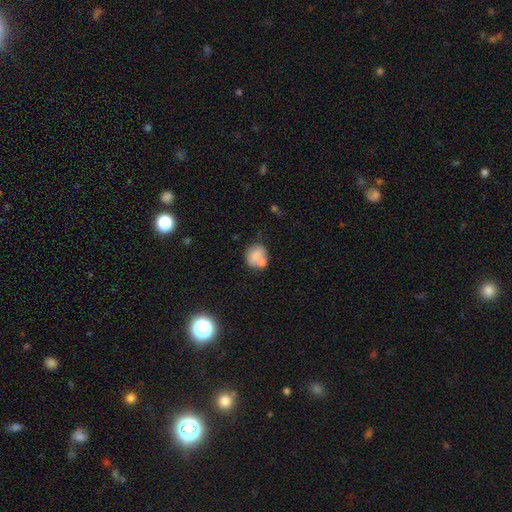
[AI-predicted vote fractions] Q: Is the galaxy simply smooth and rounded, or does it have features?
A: smooth — 76%.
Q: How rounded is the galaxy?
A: round — 69%.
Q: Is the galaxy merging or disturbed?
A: none — 50%.